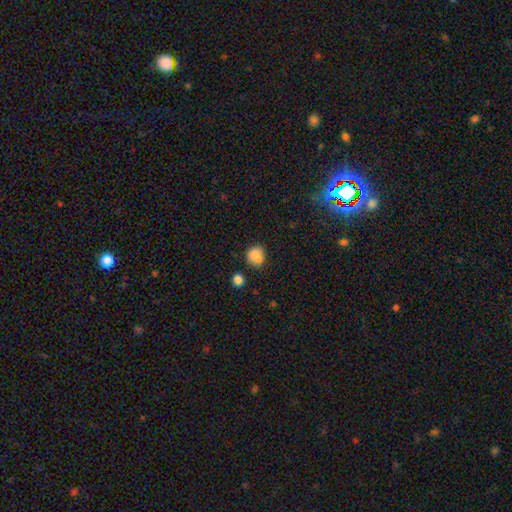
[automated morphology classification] The model was most divided on "merging": none: 51%, merger: 26%, minor disturbance: 17%, major disturbance: 6%. More confident: smooth or featured — smooth (80%); how rounded — round (69%).